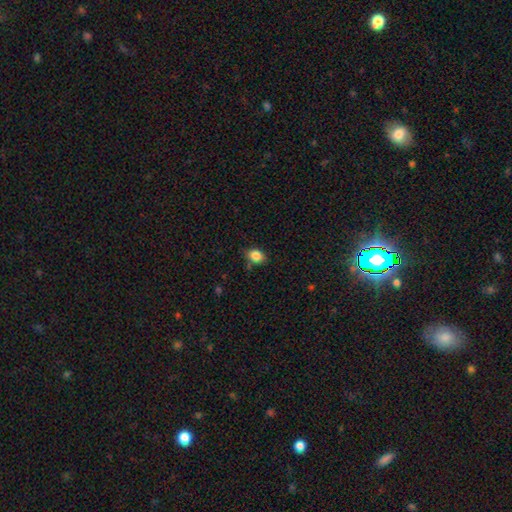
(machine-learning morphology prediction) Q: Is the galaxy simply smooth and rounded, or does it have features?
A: smooth — 85%.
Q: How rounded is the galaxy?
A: in between — 59%.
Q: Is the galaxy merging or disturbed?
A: none — 73%.